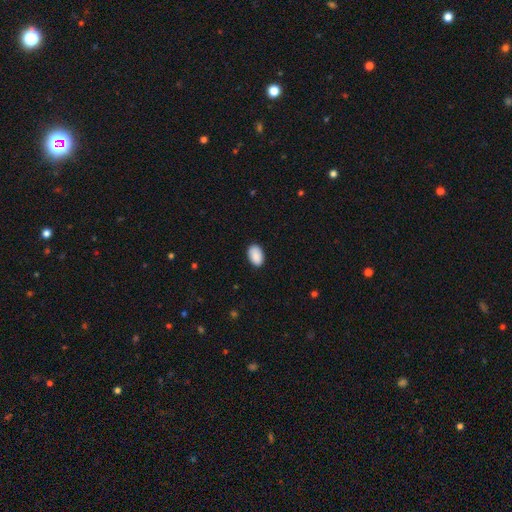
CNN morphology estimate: The model was most divided on "merging": none: 87%, minor disturbance: 11%, major disturbance: 2%, merger: 1%. More confident: how rounded — in between (91%); smooth or featured — smooth (90%).